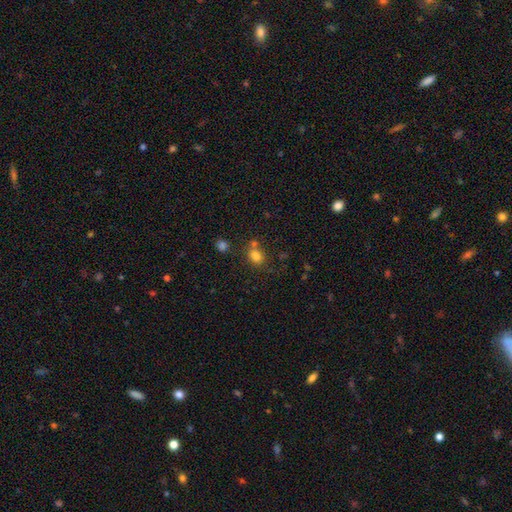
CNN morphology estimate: Smooth or featured: smooth — 80% (star or artifact — 13%)
How rounded: in between — 52% (round — 47%)
Merging: none — 60% (merger — 23%)